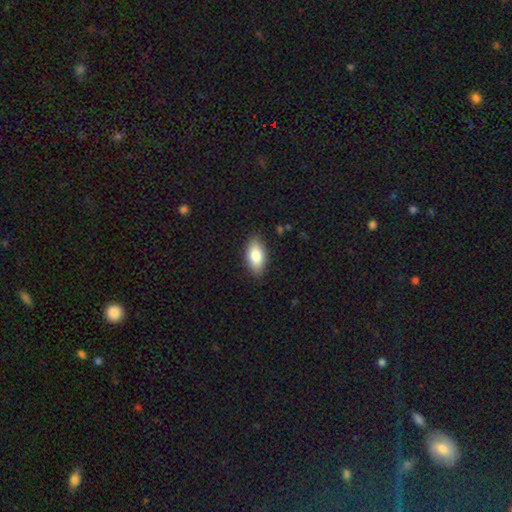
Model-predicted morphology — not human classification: type=smooth (80%); roundness=in between (91%); merging=none (86%).